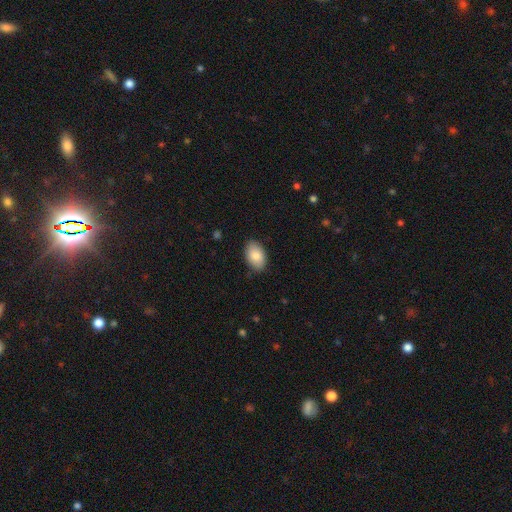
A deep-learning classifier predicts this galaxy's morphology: Smooth or featured? Predicted: smooth (p=0.85). How rounded? Predicted: in between (p=0.92). Merging? Predicted: none (p=0.85).